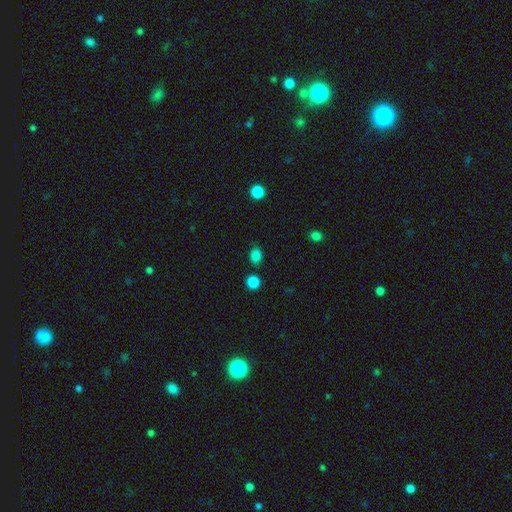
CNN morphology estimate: This is clearly a smooth galaxy (84%). How rounded: possibly in between (56%). Merging: clearly none (81%).